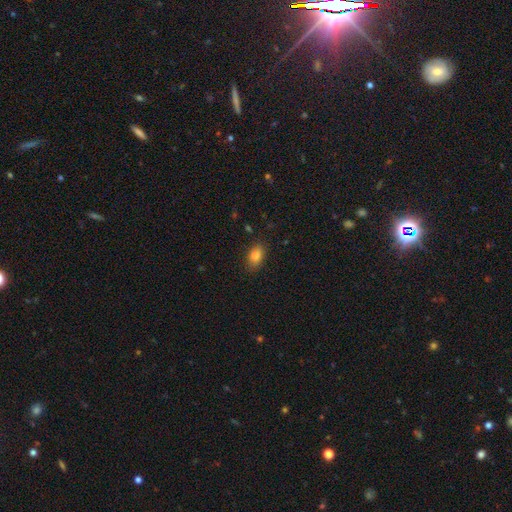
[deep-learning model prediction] smooth-or-featured: smooth: 83% | star or artifact: 10% | featured or disk: 7%
  how-rounded: in between: 88% | round: 10% | cigar-shaped: 3%
  merging: none: 82% | minor disturbance: 13% | major disturbance: 3% | merger: 1%